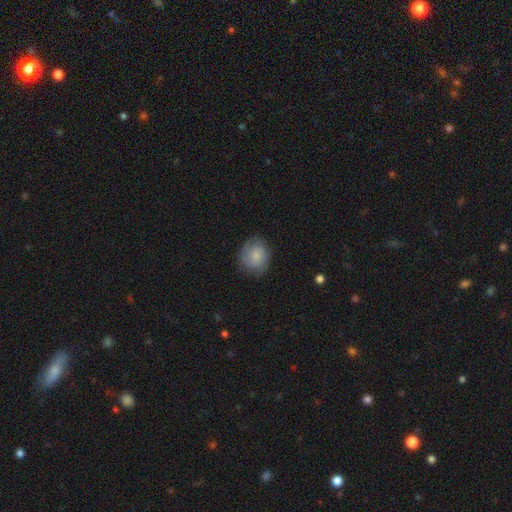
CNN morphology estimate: Q: Smooth or featured?
A: smooth (71%); runner-up: featured or disk (22%)
Q: How rounded?
A: round (72%); runner-up: in between (27%)
Q: Merging?
A: none (74%); runner-up: minor disturbance (19%)